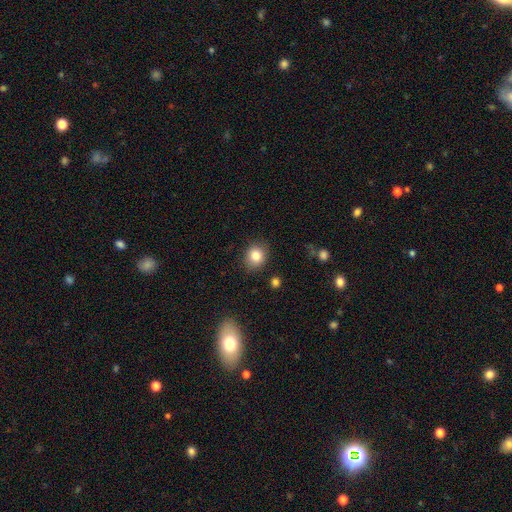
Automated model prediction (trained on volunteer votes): Smooth or featured? Predicted: smooth (p=0.83). How rounded? Predicted: round (p=0.67). Merging? Predicted: none (p=0.85).